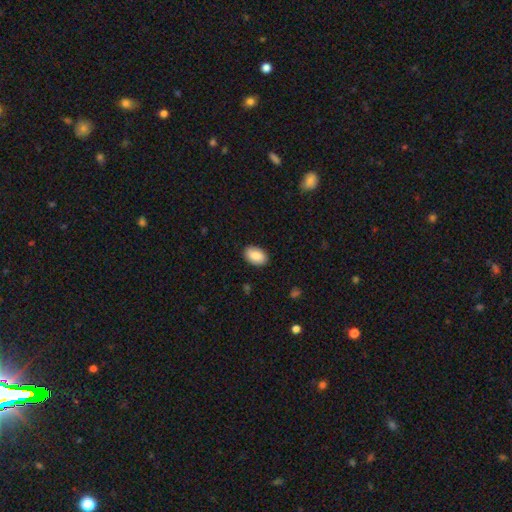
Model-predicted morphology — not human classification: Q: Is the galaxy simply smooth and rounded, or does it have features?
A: smooth — 87%.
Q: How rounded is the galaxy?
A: in between — 91%.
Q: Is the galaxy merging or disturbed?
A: none — 87%.